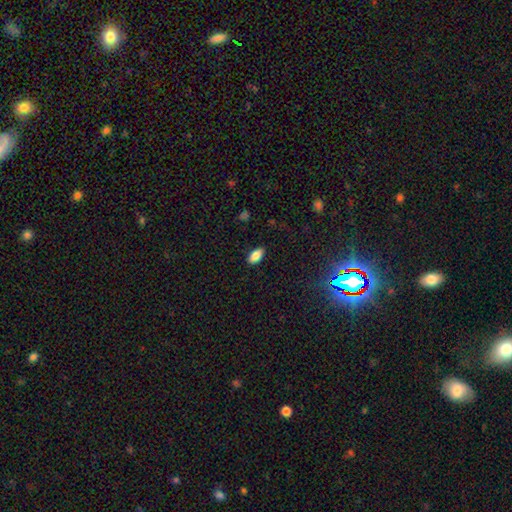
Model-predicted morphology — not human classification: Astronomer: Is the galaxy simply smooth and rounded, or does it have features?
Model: smooth — 84%.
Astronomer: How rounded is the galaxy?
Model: in between — 91%.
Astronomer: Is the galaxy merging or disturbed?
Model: none — 87%.